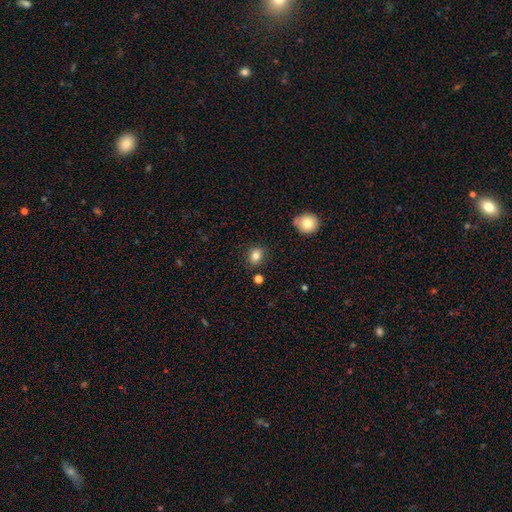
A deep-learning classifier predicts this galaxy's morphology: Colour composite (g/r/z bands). It shows a smooth galaxy with no disk features (82%) that is round (59%). Merging: none (85%).